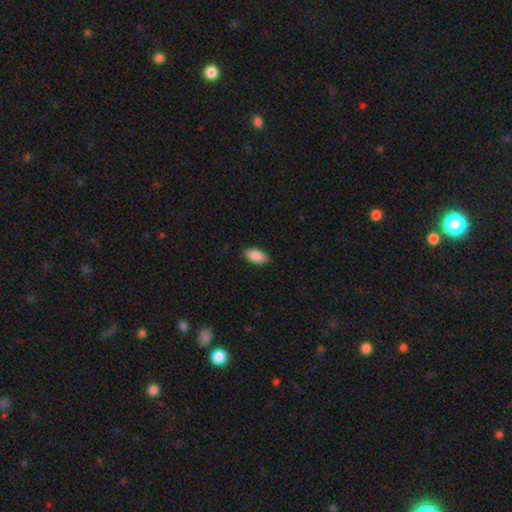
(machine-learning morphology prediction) Smooth or featured?
  - smooth: 89% *
  - star or artifact: 6%
  - featured or disk: 5%
How rounded?
  - in between: 92% *
  - cigar-shaped: 5%
  - round: 3%
Merging?
  - none: 87% *
  - minor disturbance: 10%
  - major disturbance: 2%
  - merger: 1%